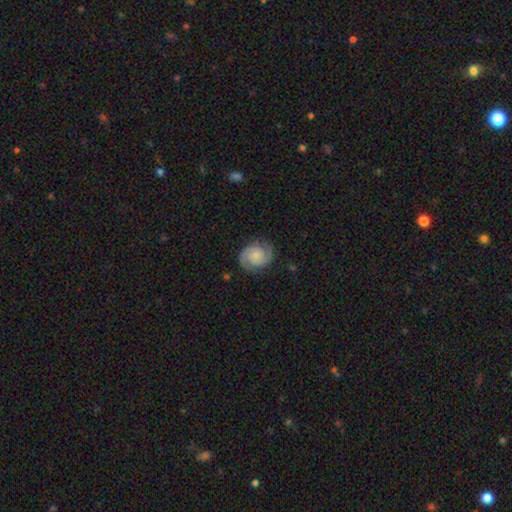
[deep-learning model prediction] Morphology: type=featured or disk (82%); edge-on=no (98%); bar=no (72%); spiral arms=yes (97%); winding=tight (50%); arm count=2 (92%); bulge=small (43%); merging=none (83%).